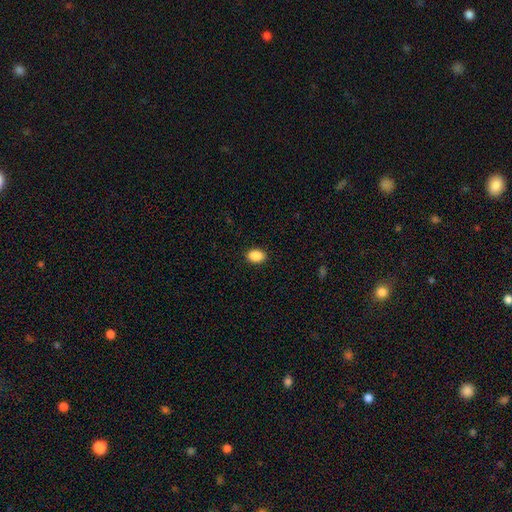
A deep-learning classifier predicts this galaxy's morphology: Overall: smooth (90%). How rounded: in between (83%). Merging: none (90%).